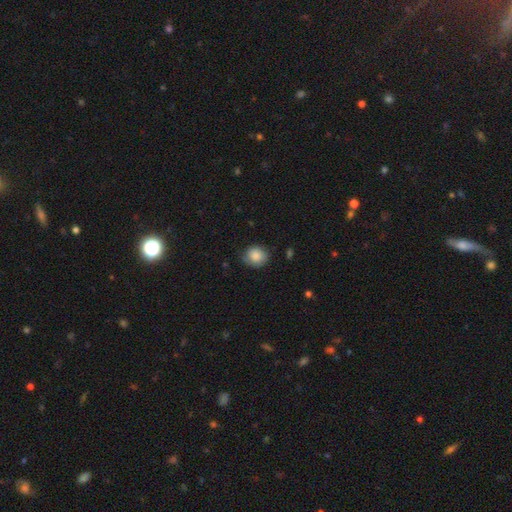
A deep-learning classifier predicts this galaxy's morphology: Smooth or featured? Predicted: smooth (p=0.86). How rounded? Predicted: round (p=0.79). Merging? Predicted: none (p=0.74).